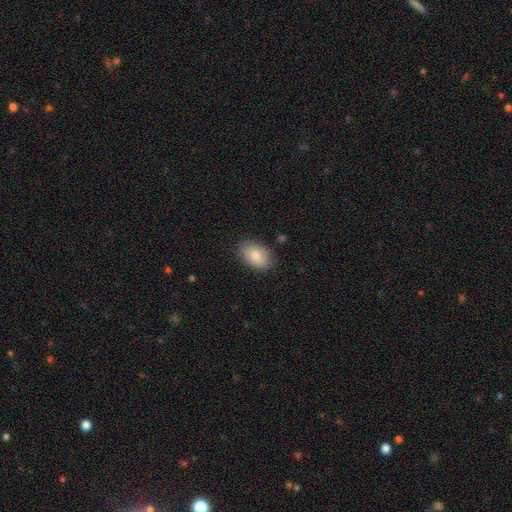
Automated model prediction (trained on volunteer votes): A smooth galaxy with no disk features (84%) that is in between round and cigar-shaped (89%). Merging: none (84%).